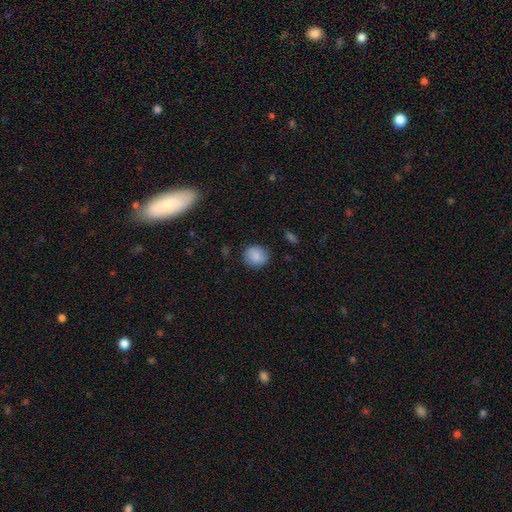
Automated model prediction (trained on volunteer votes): Smooth or featured? Predicted: smooth (p=0.85). How rounded? Predicted: round (p=0.74). Merging? Predicted: none (p=0.84).